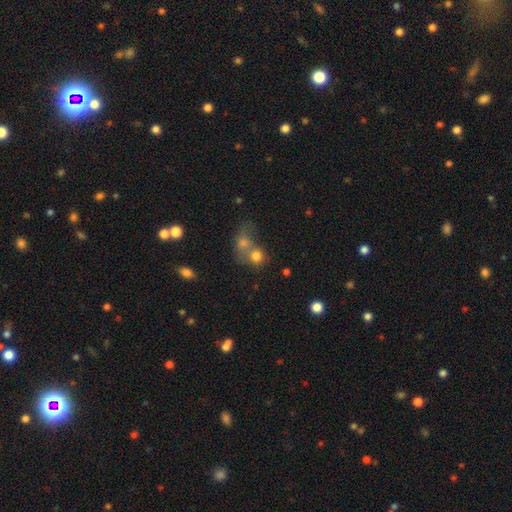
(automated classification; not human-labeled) Smooth or featured: smooth — 76% (star or artifact — 13%)
How rounded: round — 75% (in between — 24%)
Merging: merger — 57% (none — 31%)